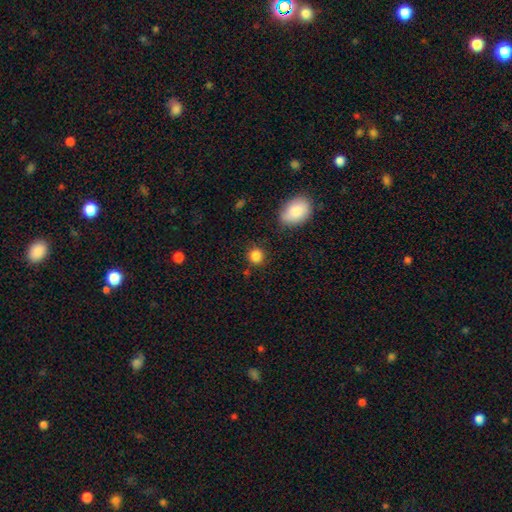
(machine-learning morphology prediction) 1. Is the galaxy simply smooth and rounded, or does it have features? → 86% smooth, 10% star or artifact, 4% featured or disk.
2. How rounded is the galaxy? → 86% round, 12% in between, 1% cigar-shaped.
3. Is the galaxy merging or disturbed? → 85% none, 9% minor disturbance, 3% major disturbance, 3% merger.